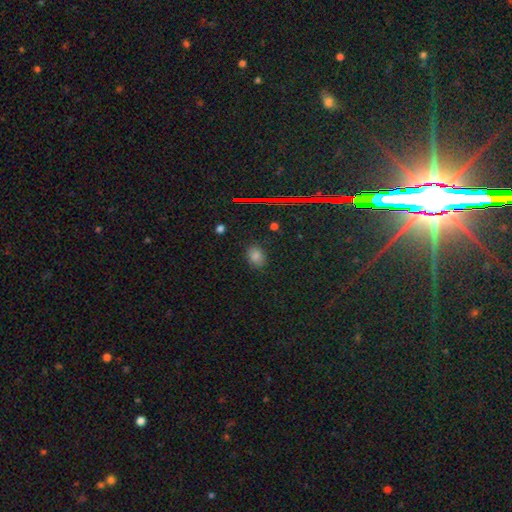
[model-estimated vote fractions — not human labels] smooth-or-featured: smooth: 72% | star or artifact: 21% | featured or disk: 7%
  how-rounded: in between: 68% | round: 31% | cigar-shaped: 2%
  merging: none: 84% | minor disturbance: 12% | major disturbance: 3% | merger: 1%